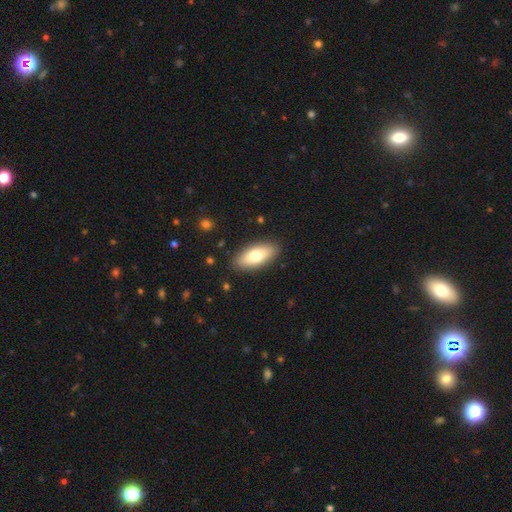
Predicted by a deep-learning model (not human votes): Smooth or featured?
  - smooth: 71% *
  - featured or disk: 22%
  - star or artifact: 6%
How rounded?
  - in between: 85% *
  - cigar-shaped: 13%
  - round: 3%
Merging?
  - none: 88% *
  - minor disturbance: 9%
  - major disturbance: 2%
  - merger: 1%